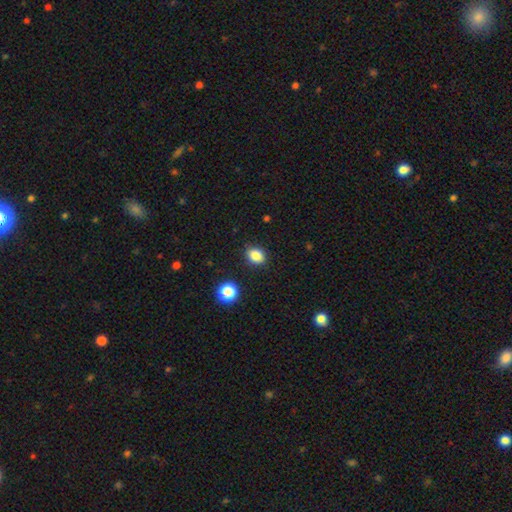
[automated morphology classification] Overall: smooth (84%). How rounded: in between (55%; round 44%). Merging: none (84%).